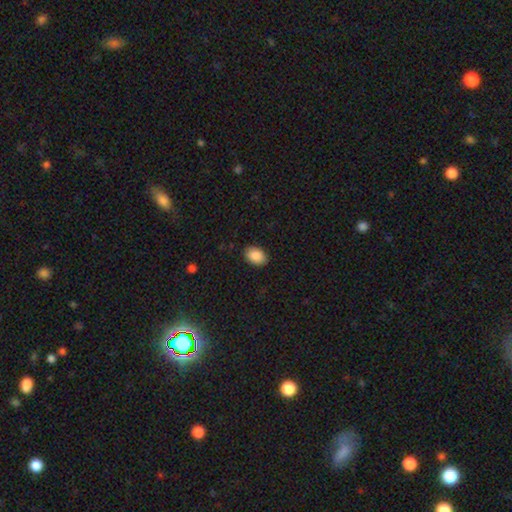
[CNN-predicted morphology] smooth 89%, star or artifact 7%, featured or disk 4%. Down the decision tree: how rounded — in between (84%); merging — none (88%).